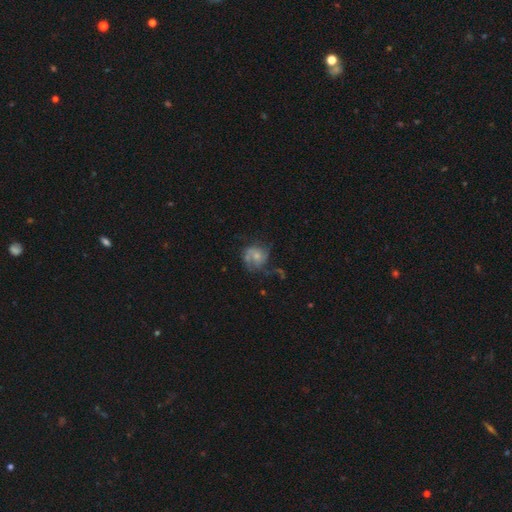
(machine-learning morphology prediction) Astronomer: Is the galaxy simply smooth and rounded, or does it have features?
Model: featured or disk — 61%.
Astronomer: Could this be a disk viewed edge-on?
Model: no — 98%.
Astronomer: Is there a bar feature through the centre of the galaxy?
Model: no — 76%.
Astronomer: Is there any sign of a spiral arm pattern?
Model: yes — 76%.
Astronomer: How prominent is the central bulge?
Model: small — 46% (runner-up: moderate, 44%).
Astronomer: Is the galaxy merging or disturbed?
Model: none — 49%.